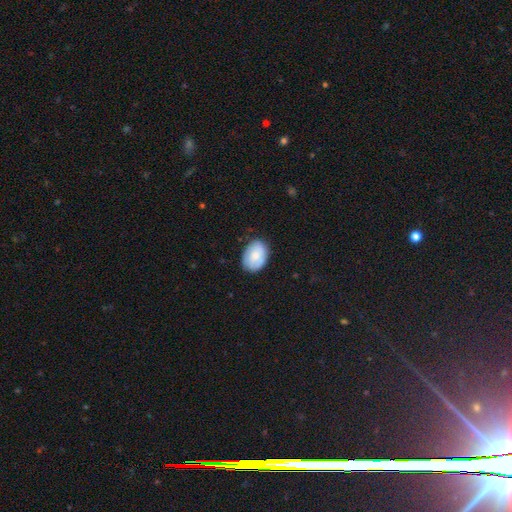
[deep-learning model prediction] Morphology: type=smooth (72%); roundness=in between (79%); merging=none (79%).